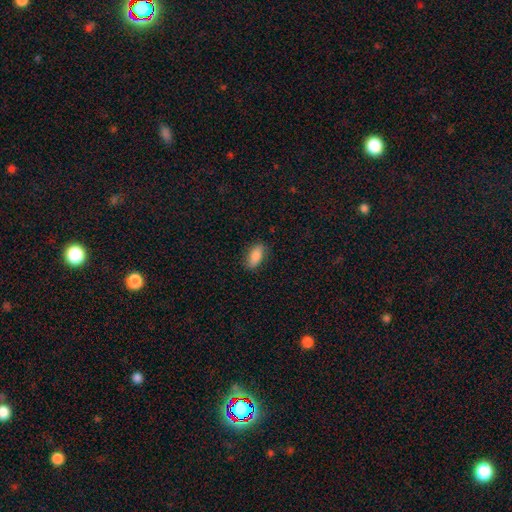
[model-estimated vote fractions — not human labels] This is clearly a smooth galaxy (86%). How rounded: clearly in between (89%). Merging: clearly none (82%).